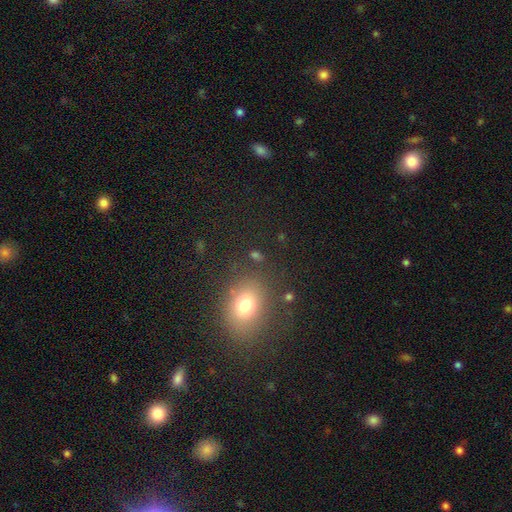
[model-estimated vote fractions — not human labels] This is likely a smooth galaxy (66%). How rounded: possibly in between (51%). Merging: likely none (78%).